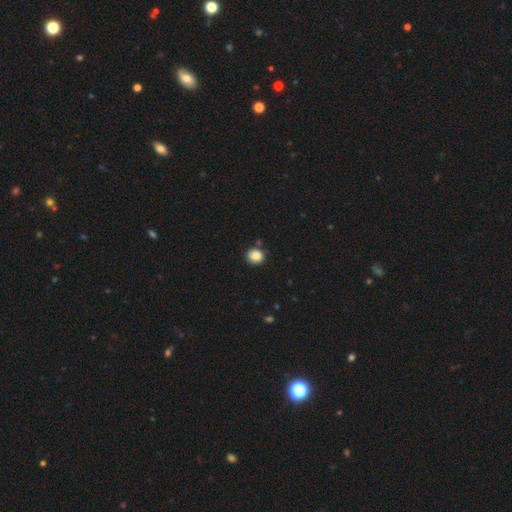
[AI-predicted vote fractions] smooth_or_featured: smooth (p=0.86) [alt: star or artifact p=0.10]
how_rounded: round (p=0.87) [alt: in between p=0.12]
merging: none (p=0.85) [alt: minor disturbance p=0.09]